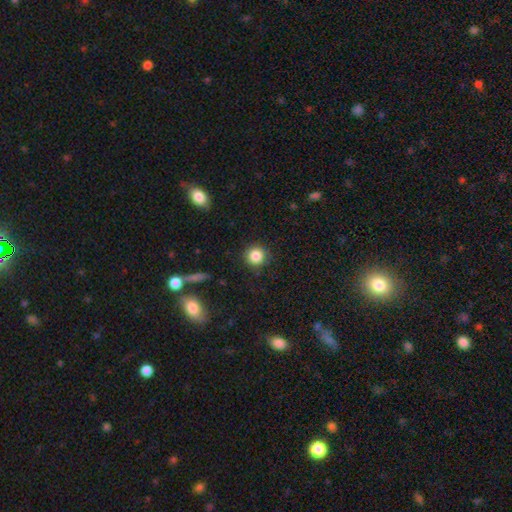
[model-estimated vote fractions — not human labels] smooth 85%, star or artifact 10%, featured or disk 5%. Down the decision tree: how rounded — round (93%); merging — none (88%).